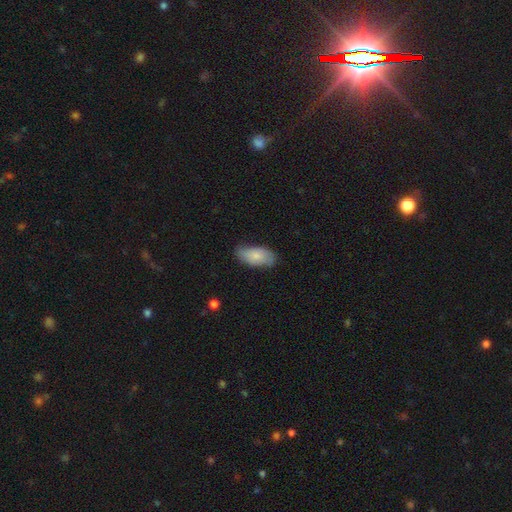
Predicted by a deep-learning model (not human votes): The model was most divided on "merging": none: 69%, minor disturbance: 25%, major disturbance: 5%, merger: 1%. More confident: how rounded — in between (93%); smooth or featured — smooth (77%).